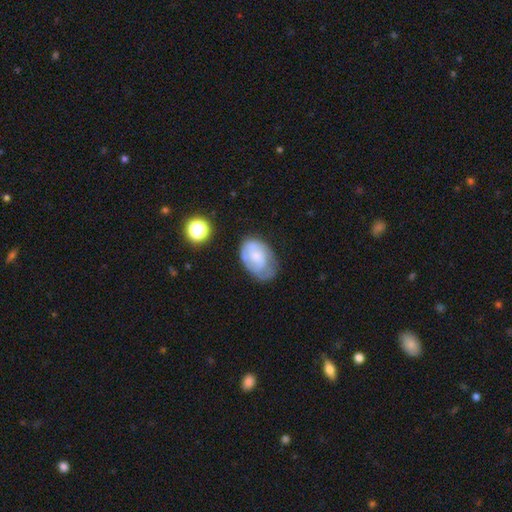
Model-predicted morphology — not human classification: Smooth or featured?
  - featured or disk: 48% *
  - smooth: 44%
  - star or artifact: 8%
Merging?
  - none: 49% *
  - minor disturbance: 33%
  - major disturbance: 16%
  - merger: 3%